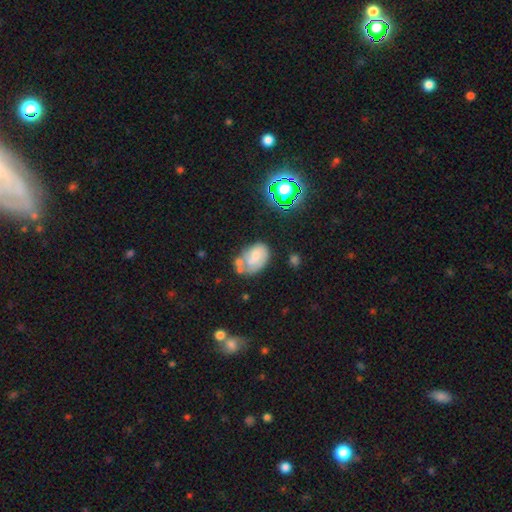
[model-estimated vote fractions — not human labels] smooth-or-featured: featured or disk: 45% | smooth: 44% | star or artifact: 11%
  merging: none: 37% | minor disturbance: 27% | merger: 21% | major disturbance: 15%